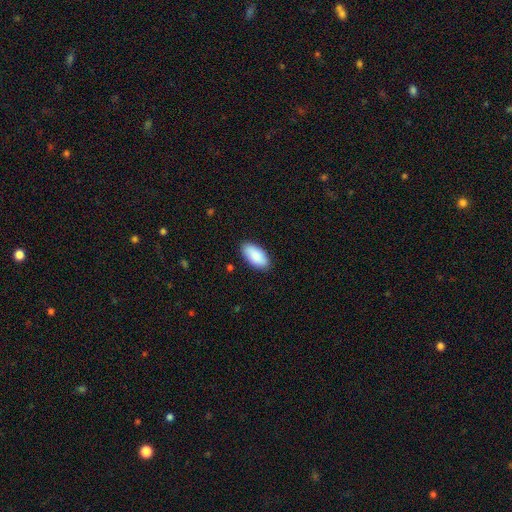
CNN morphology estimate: Smooth or featured?
  - smooth: 86% *
  - featured or disk: 8%
  - star or artifact: 6%
How rounded?
  - in between: 94% *
  - cigar-shaped: 4%
  - round: 2%
Merging?
  - none: 87% *
  - minor disturbance: 10%
  - major disturbance: 2%
  - merger: 1%